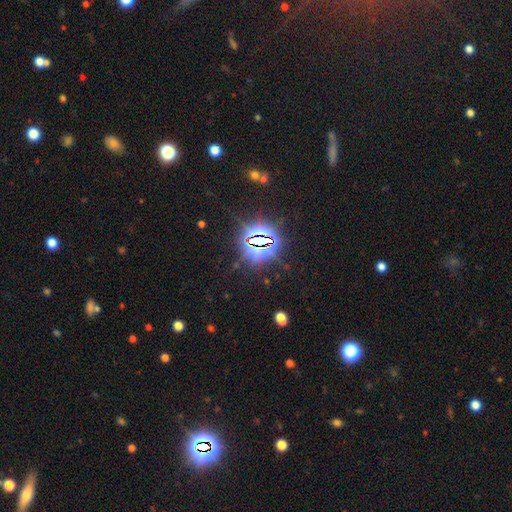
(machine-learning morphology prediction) smooth_or_featured: star or artifact (p=0.81) [alt: smooth p=0.11]